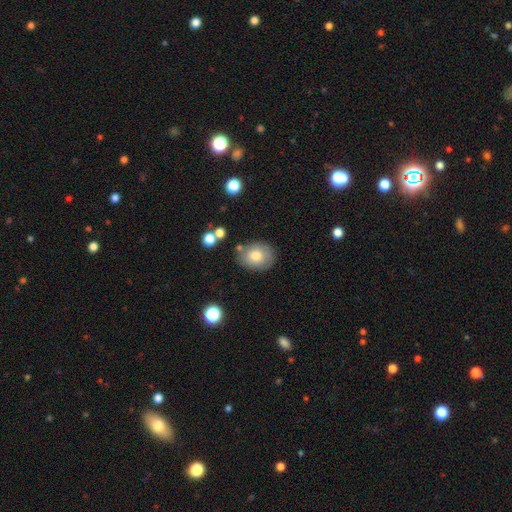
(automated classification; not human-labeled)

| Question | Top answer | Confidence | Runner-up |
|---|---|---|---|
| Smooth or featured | smooth | 75% | featured or disk (17%) |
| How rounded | in between | 50% | round (49%) |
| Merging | none | 76% | minor disturbance (15%) |